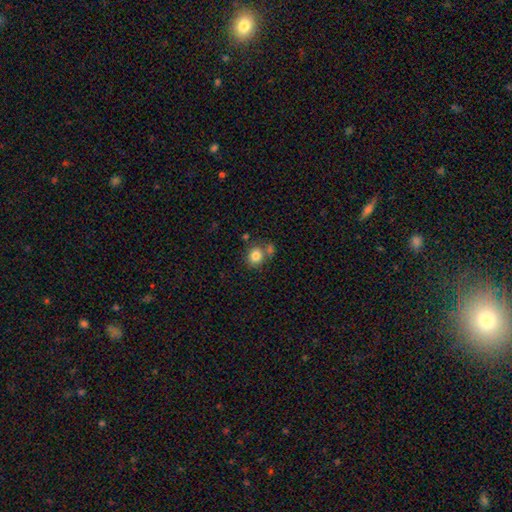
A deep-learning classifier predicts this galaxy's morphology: The model was most divided on "merging": none: 62%, merger: 22%, minor disturbance: 12%, major disturbance: 4%. More confident: smooth or featured — smooth (83%); how rounded — round (74%).